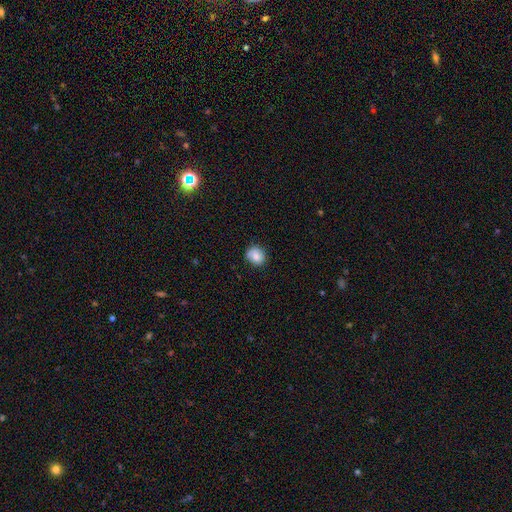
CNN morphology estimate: Smooth or featured? Predicted: smooth (p=0.81). How rounded? Predicted: round (p=0.75). Merging? Predicted: none (p=0.79).